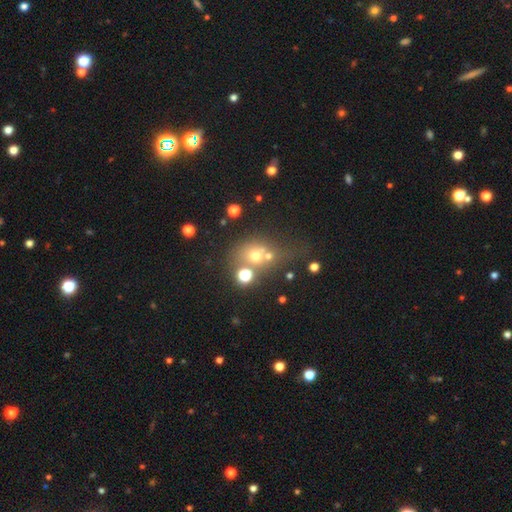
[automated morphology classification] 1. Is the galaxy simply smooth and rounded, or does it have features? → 58% smooth, 24% star or artifact, 19% featured or disk.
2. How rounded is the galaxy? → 72% round, 27% in between, 2% cigar-shaped.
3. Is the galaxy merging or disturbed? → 44% none, 34% merger, 12% minor disturbance, 10% major disturbance.